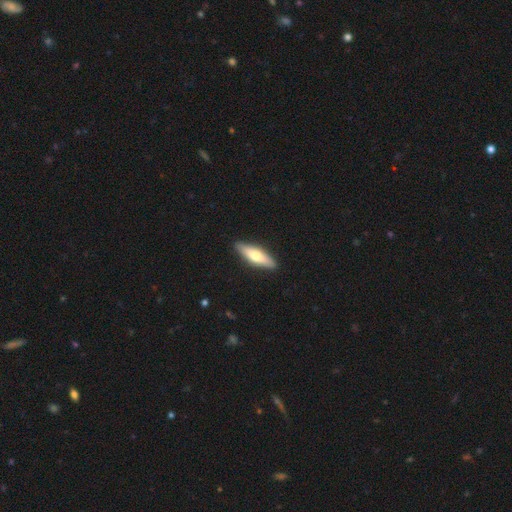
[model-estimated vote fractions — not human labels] smooth 57%, featured or disk 38%, star or artifact 5%. Down the decision tree: how rounded — cigar-shaped (56%); merging — none (89%).